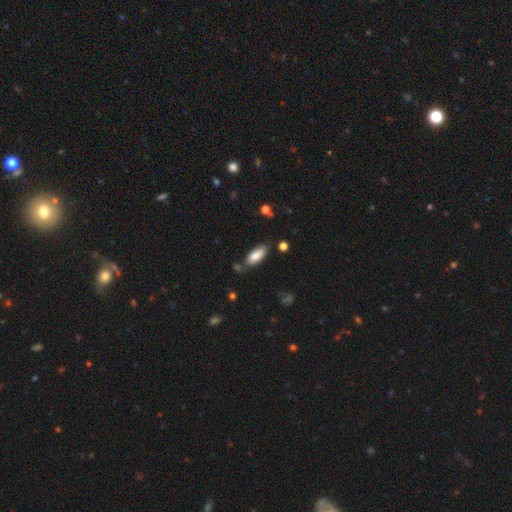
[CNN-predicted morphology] This is clearly a smooth galaxy (84%). How rounded: likely in between (78%). Merging: likely none (73%).